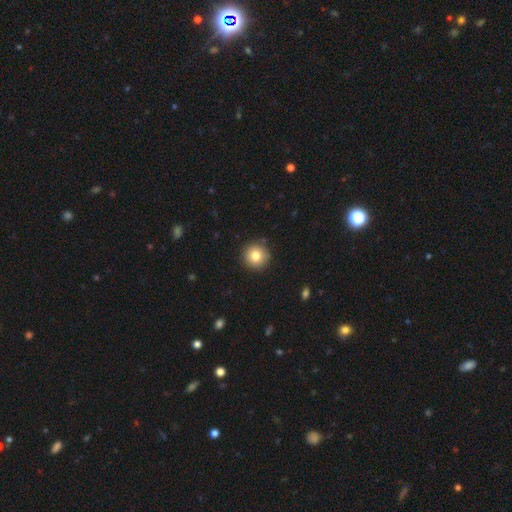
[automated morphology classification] Overall: smooth (81%). How rounded: round (95%). Merging: none (91%).